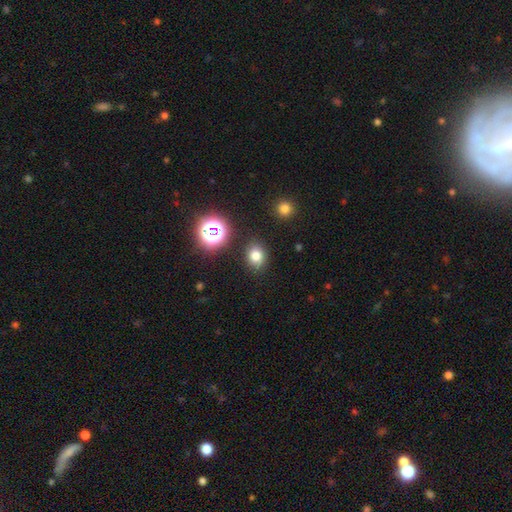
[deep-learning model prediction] A smooth galaxy with no disk features (77%) that is round (53%).

Vote fractions:
- Smooth or featured? smooth: 77% / star or artifact: 16% / featured or disk: 7%
- How rounded? round: 53% / in between: 46% / cigar-shaped: 1%
- Merging? none: 85% / minor disturbance: 9% / major disturbance: 3% / merger: 3%